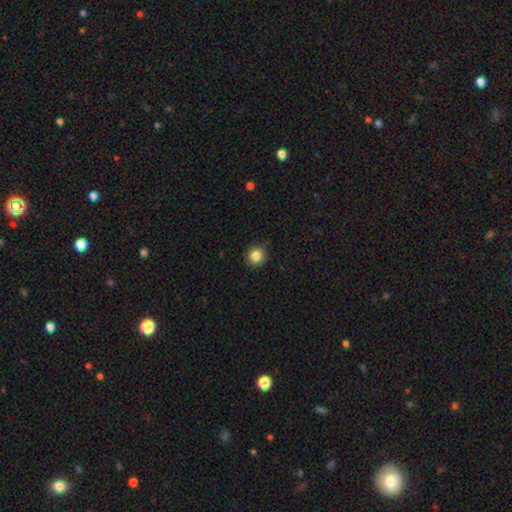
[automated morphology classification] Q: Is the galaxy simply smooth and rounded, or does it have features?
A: smooth — 84%.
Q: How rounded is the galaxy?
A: round — 89%.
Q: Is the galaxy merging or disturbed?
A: none — 84%.